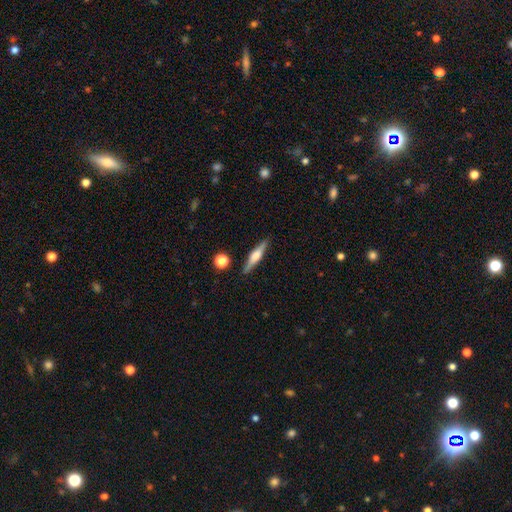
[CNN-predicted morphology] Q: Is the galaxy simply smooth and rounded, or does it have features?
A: featured or disk — 57%.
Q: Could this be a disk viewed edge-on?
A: yes — 96%.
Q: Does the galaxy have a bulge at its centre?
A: rounded — 74%.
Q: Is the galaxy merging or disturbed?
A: none — 88%.